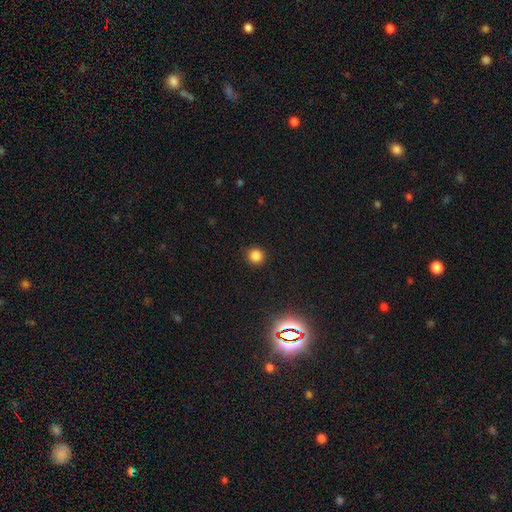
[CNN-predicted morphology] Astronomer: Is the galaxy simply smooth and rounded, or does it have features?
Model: smooth — 82%.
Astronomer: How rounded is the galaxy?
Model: round — 92%.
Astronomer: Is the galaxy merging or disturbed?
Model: none — 90%.